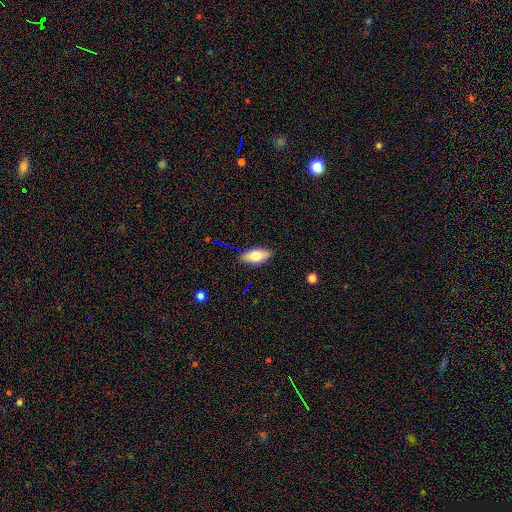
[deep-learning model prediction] Q: Smooth or featured?
A: smooth (72%); runner-up: featured or disk (20%)
Q: How rounded?
A: in between (87%); runner-up: cigar-shaped (10%)
Q: Merging?
A: none (85%); runner-up: minor disturbance (11%)